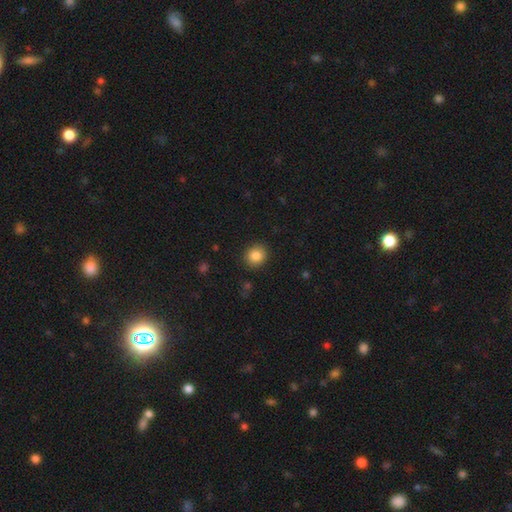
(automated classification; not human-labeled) The model was most divided on "how rounded": round: 79%, in between: 21%, cigar-shaped: 1%. More confident: merging — none (89%); smooth or featured — smooth (85%).